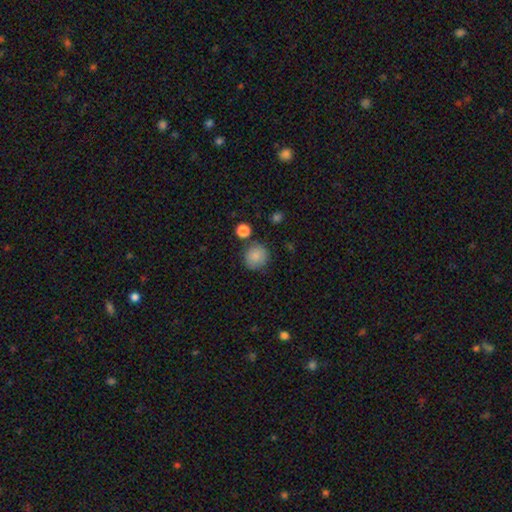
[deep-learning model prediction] Smooth or featured?
  - smooth: 85% *
  - star or artifact: 9%
  - featured or disk: 6%
How rounded?
  - round: 90% *
  - in between: 9%
  - cigar-shaped: 1%
Merging?
  - none: 80% *
  - minor disturbance: 12%
  - merger: 5%
  - major disturbance: 3%